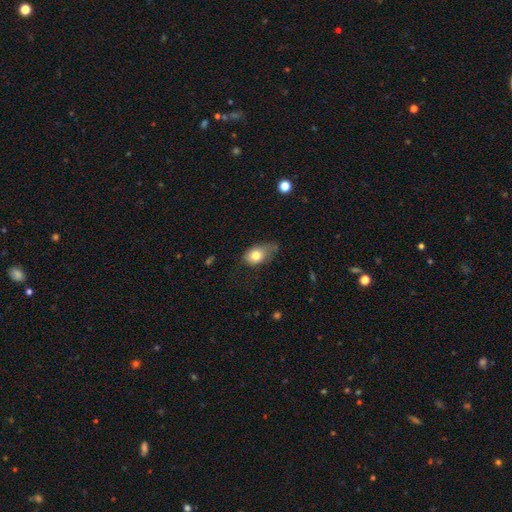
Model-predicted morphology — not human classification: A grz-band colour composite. It shows a smooth galaxy with no disk features (78%) that is in between round and cigar-shaped (77%). Merging: minor disturbance (42%).